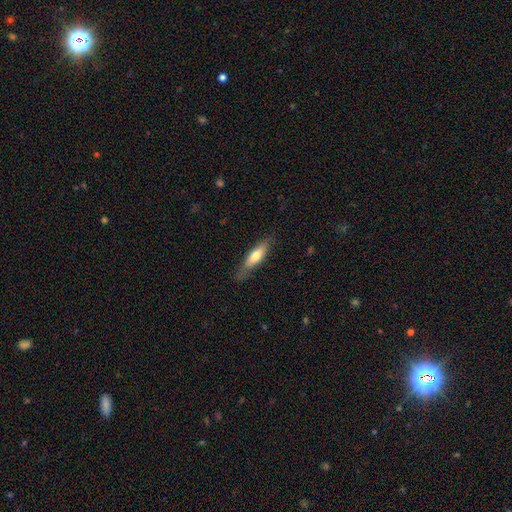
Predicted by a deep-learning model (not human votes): Smooth or featured? Predicted: smooth (p=0.64). How rounded? Predicted: cigar-shaped (p=0.62). Merging? Predicted: none (p=0.76).